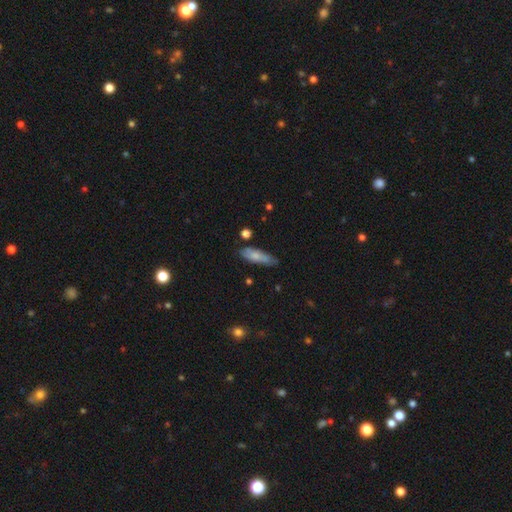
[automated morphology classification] type=smooth (71%); roundness=cigar-shaped (52%); merging=none (67%).